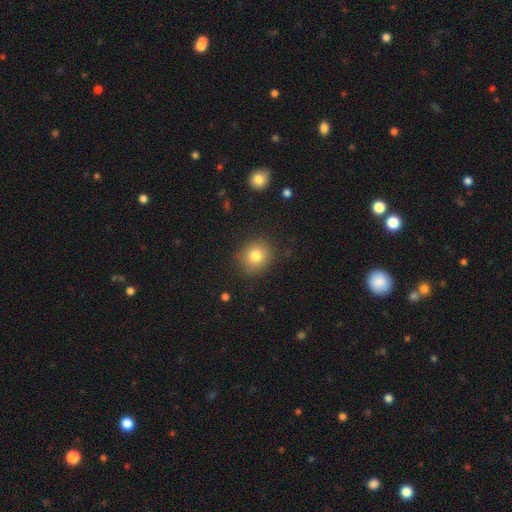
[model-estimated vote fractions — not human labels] smooth_or_featured: smooth (p=0.81) [alt: star or artifact p=0.11]
how_rounded: round (p=0.79) [alt: in between p=0.20]
merging: none (p=0.84) [alt: minor disturbance p=0.12]